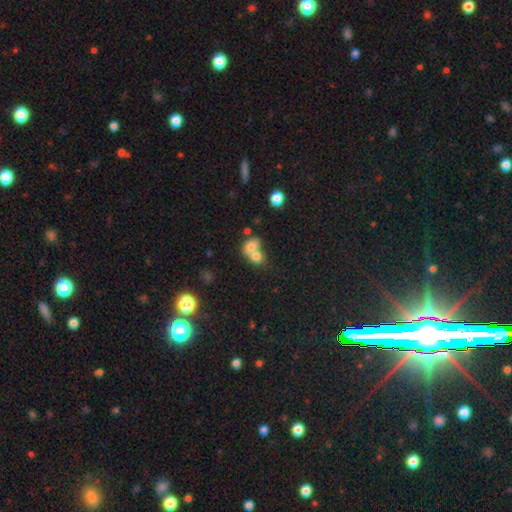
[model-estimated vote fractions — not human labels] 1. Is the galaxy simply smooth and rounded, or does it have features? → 72% smooth, 16% featured or disk, 12% star or artifact.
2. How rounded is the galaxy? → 53% round, 46% in between, 1% cigar-shaped.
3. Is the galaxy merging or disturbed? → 70% merger, 21% none, 6% minor disturbance, 3% major disturbance.